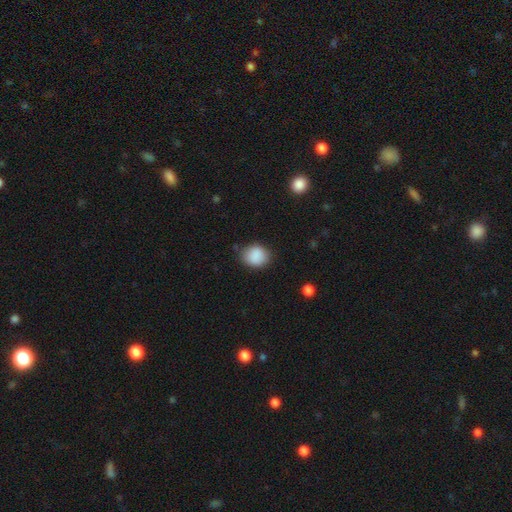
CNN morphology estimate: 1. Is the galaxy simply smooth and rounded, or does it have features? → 88% smooth, 8% star or artifact, 4% featured or disk.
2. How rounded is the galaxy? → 66% round, 33% in between, 1% cigar-shaped.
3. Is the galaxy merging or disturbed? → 79% none, 15% minor disturbance, 4% major disturbance, 2% merger.